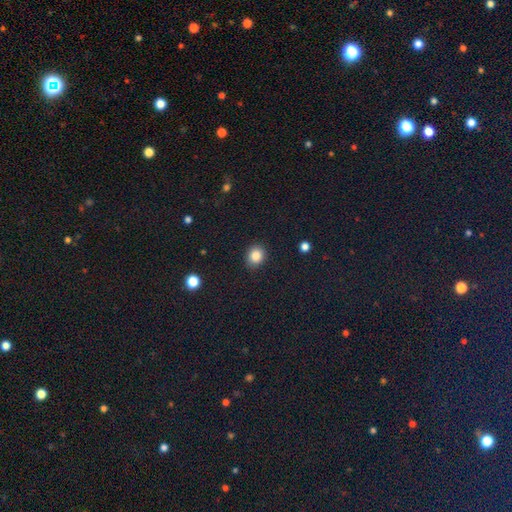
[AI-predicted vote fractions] This is clearly a smooth galaxy (85%). How rounded: likely round (68%). Merging: clearly none (87%).